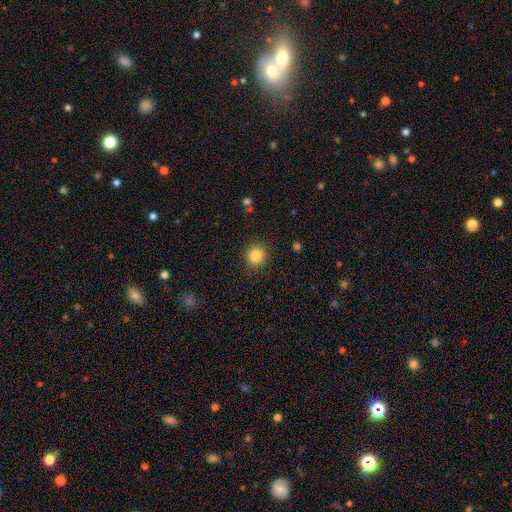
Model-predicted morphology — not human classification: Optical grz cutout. It shows a smooth galaxy with no disk features (85%) that is round (89%). Merging: none (88%).